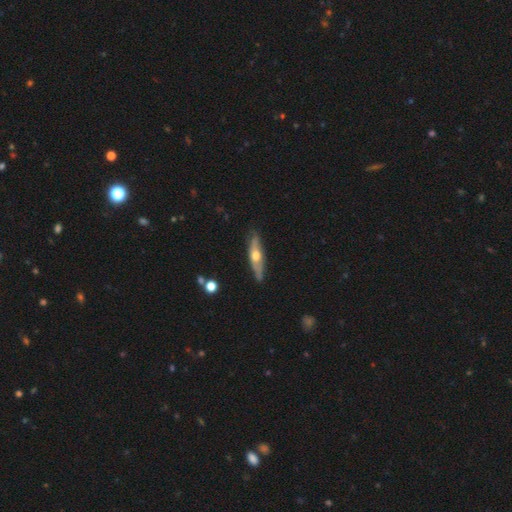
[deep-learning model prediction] A featured or disk galaxy (60%) viewed edge-on (79%). Merging: none (81%).